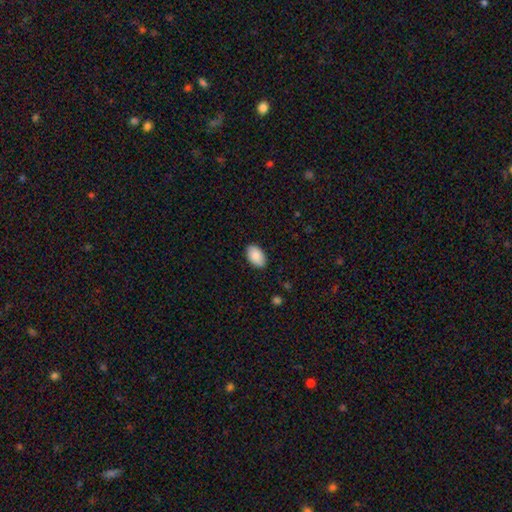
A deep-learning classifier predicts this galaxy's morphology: The model was most divided on "merging": none: 87%, minor disturbance: 10%, major disturbance: 2%, merger: 1%. More confident: how rounded — in between (91%); smooth or featured — smooth (89%).